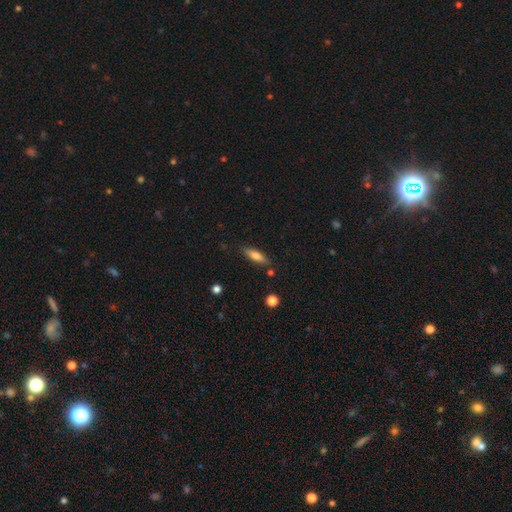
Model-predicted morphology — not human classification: Q: Smooth or featured?
A: smooth (71%); runner-up: featured or disk (22%)
Q: How rounded?
A: cigar-shaped (57%); runner-up: in between (41%)
Q: Merging?
A: none (82%); runner-up: minor disturbance (12%)